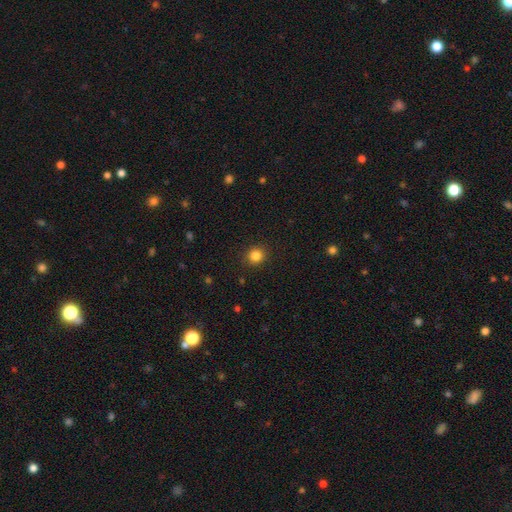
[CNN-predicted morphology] A smooth galaxy with no disk features (84%) that is round (85%).

Vote fractions:
- Smooth or featured? smooth: 84% / star or artifact: 12% / featured or disk: 5%
- How rounded? round: 85% / in between: 14% / cigar-shaped: 1%
- Merging? none: 90% / minor disturbance: 7% / major disturbance: 2% / merger: 1%